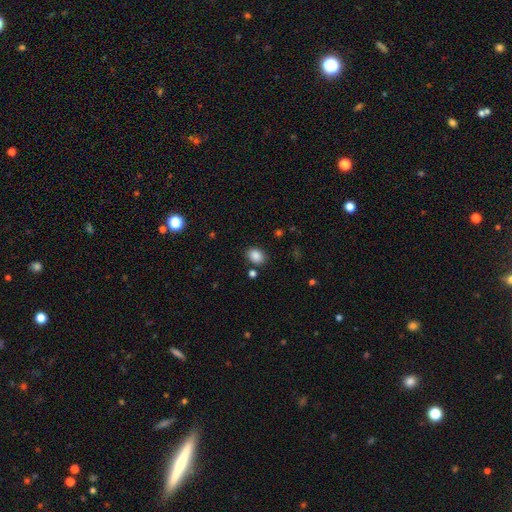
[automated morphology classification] Smooth or featured?
  - smooth: 86% *
  - star or artifact: 9%
  - featured or disk: 4%
How rounded?
  - in between: 65% *
  - round: 34%
  - cigar-shaped: 1%
Merging?
  - none: 82% *
  - minor disturbance: 11%
  - merger: 4%
  - major disturbance: 3%